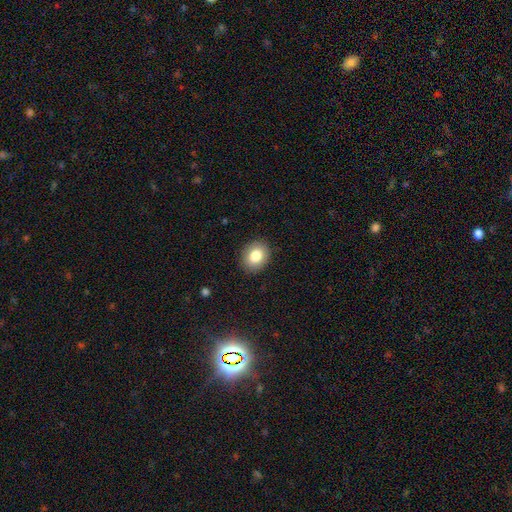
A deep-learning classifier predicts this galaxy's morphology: Smooth or featured: smooth — 82% (featured or disk — 9%)
How rounded: round — 53% (in between — 47%)
Merging: none — 89% (minor disturbance — 8%)